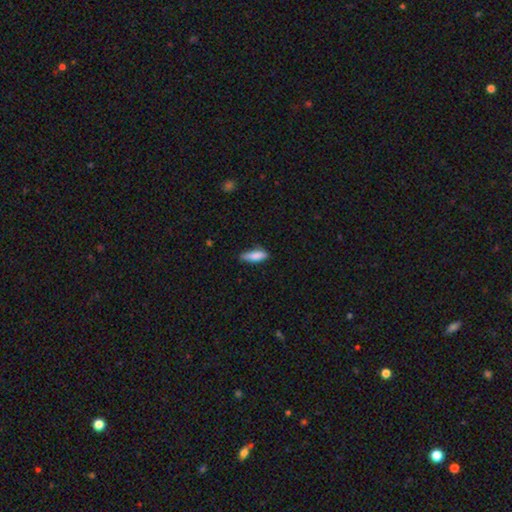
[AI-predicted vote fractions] This appears to be a smooth galaxy with no disk features (83%) that is in between round and cigar-shaped (53%). Merging: none (65%).